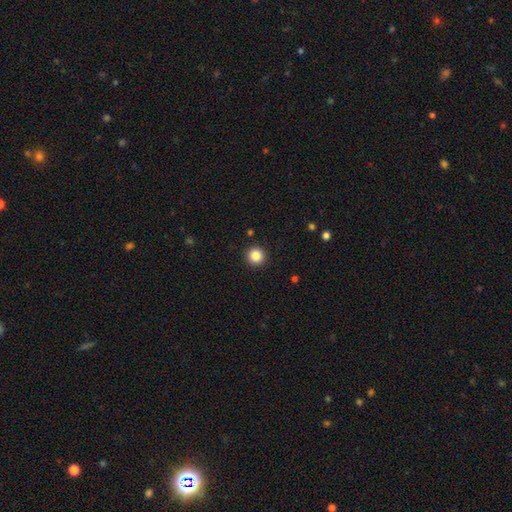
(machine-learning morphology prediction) Overall: smooth (85%). How rounded: round (96%). Merging: none (93%).